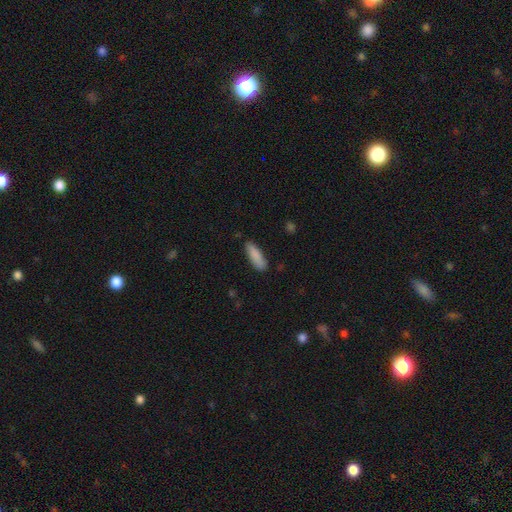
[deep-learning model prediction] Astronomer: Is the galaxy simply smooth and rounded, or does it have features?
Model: smooth — 88%.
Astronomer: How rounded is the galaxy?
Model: cigar-shaped — 51% (runner-up: in between, 48%).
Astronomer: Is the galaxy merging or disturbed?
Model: none — 81%.